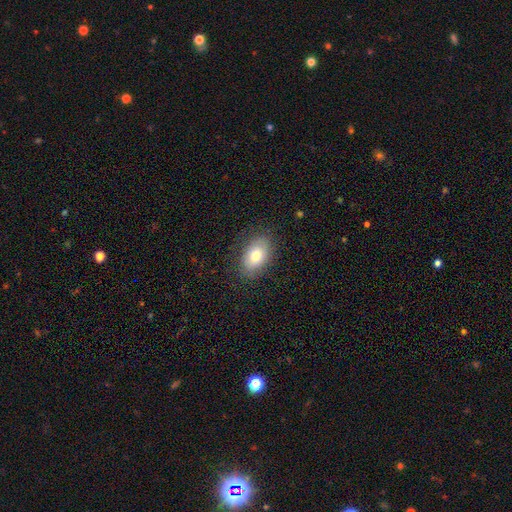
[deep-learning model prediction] Q: Smooth or featured?
A: smooth (78%); runner-up: featured or disk (15%)
Q: How rounded?
A: in between (89%); runner-up: round (10%)
Q: Merging?
A: none (83%); runner-up: minor disturbance (12%)